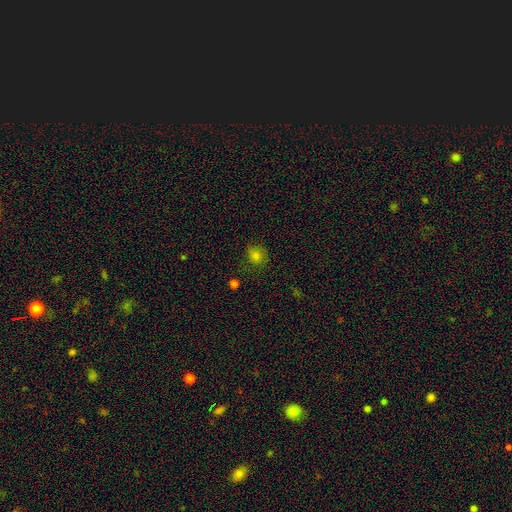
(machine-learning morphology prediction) This appears to be a smooth galaxy with no disk features (76%) that is round (73%). Merging: none (76%).